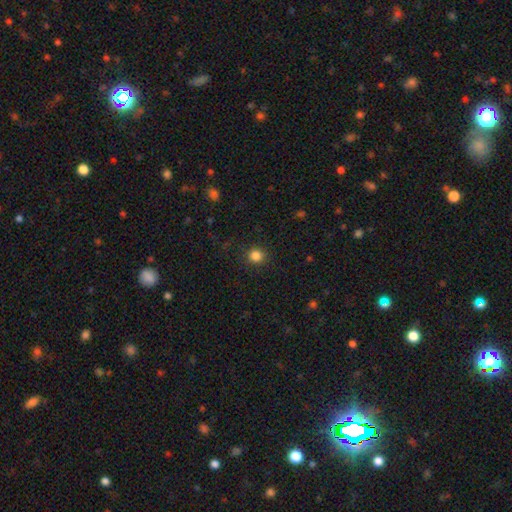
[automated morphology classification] Smooth or featured? Predicted: smooth (p=0.83). How rounded? Predicted: round (p=0.91). Merging? Predicted: none (p=0.90).